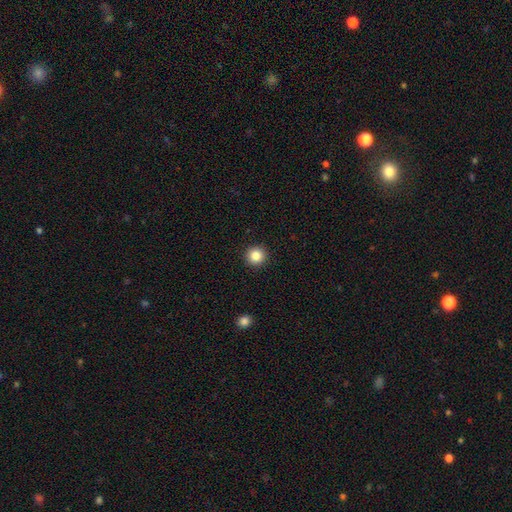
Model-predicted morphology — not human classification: Q: Smooth or featured?
A: smooth (85%); runner-up: star or artifact (10%)
Q: How rounded?
A: round (95%); runner-up: in between (4%)
Q: Merging?
A: none (93%); runner-up: minor disturbance (4%)